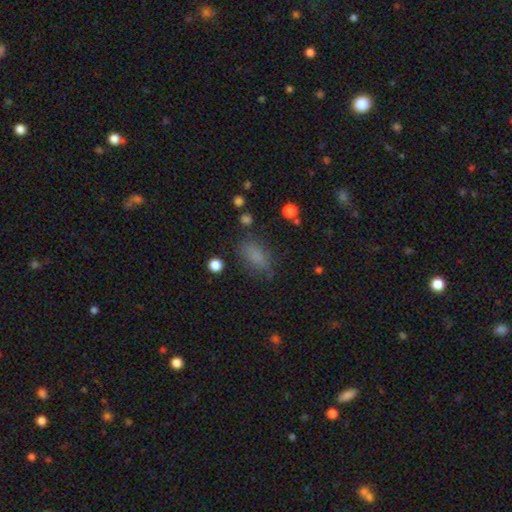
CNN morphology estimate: Q: Smooth or featured?
A: smooth (79%); runner-up: star or artifact (14%)
Q: How rounded?
A: in between (85%); runner-up: cigar-shaped (8%)
Q: Merging?
A: none (73%); runner-up: minor disturbance (18%)